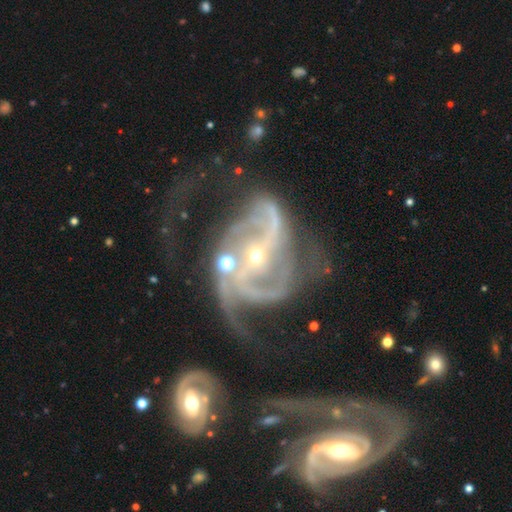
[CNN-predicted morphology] This is clearly a featured or disk galaxy (91%). It is clearly not viewed edge-on (98%). Bar: marginally strong (36%). Spiral arm pattern: clearly yes (97%). Spiral arm count: possibly 2 (49%). Spiral winding: possibly medium (49%). Central bulge: likely small (75%). Merging: marginally major disturbance (36%).